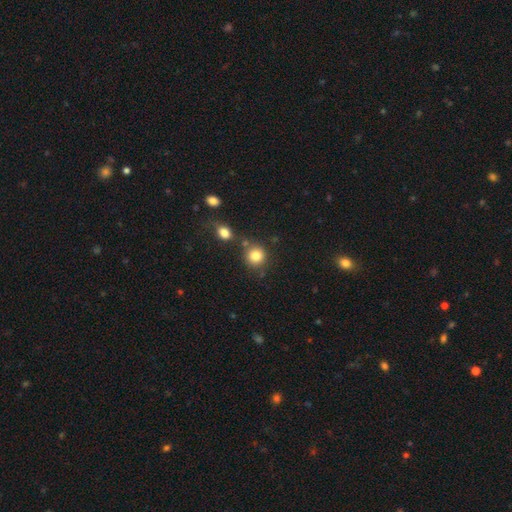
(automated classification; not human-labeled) smooth-or-featured: smooth: 83% | star or artifact: 11% | featured or disk: 7%
  how-rounded: round: 89% | in between: 10% | cigar-shaped: 1%
  merging: none: 73% | merger: 13% | minor disturbance: 10% | major disturbance: 4%